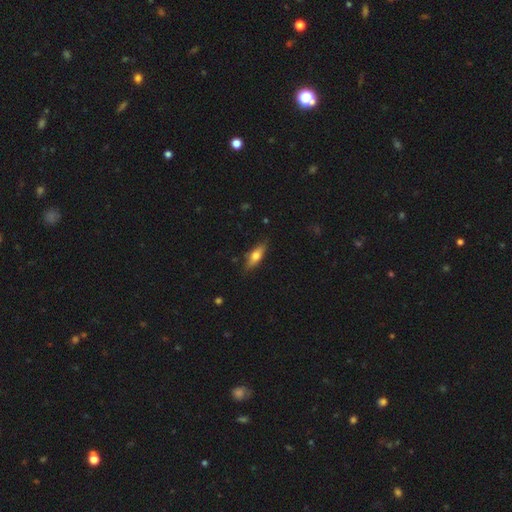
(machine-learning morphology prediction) smooth-or-featured: smooth: 57% | featured or disk: 37% | star or artifact: 7%
  how-rounded: in between: 49% | cigar-shaped: 48% | round: 3%
  merging: none: 82% | minor disturbance: 14% | major disturbance: 3% | merger: 2%